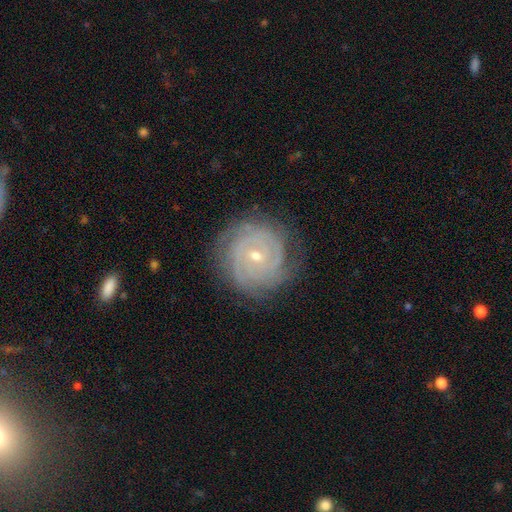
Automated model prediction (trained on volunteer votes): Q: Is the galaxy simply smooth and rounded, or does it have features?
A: featured or disk — 85%.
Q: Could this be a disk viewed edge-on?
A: no — 98%.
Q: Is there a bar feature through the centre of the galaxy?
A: no — 65%.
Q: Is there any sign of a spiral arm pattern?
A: yes — 97%.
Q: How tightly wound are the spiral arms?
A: tight — 83%.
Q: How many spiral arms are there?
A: can't tell — 27%.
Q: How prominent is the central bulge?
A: small — 65%.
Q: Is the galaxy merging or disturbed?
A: none — 80%.